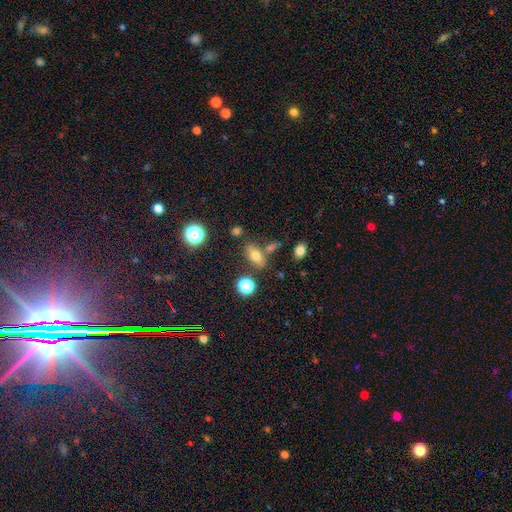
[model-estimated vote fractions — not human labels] smooth_or_featured: smooth (p=0.69) [alt: featured or disk p=0.17]
how_rounded: in between (p=0.75) [alt: cigar-shaped p=0.14]
merging: none (p=0.67) [alt: merger p=0.14]